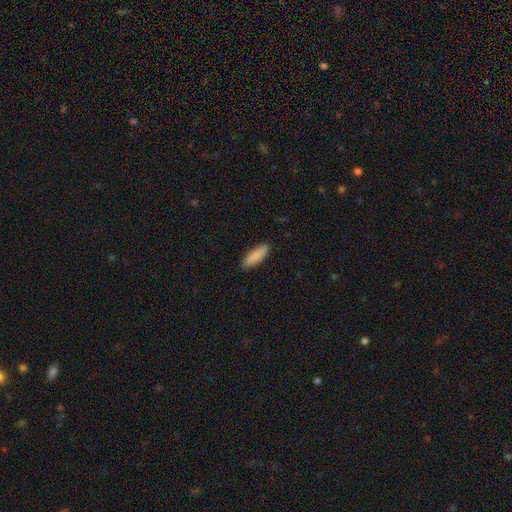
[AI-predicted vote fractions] smooth 87%, featured or disk 7%, star or artifact 6%. Down the decision tree: how rounded — in between (52%); merging — none (88%).